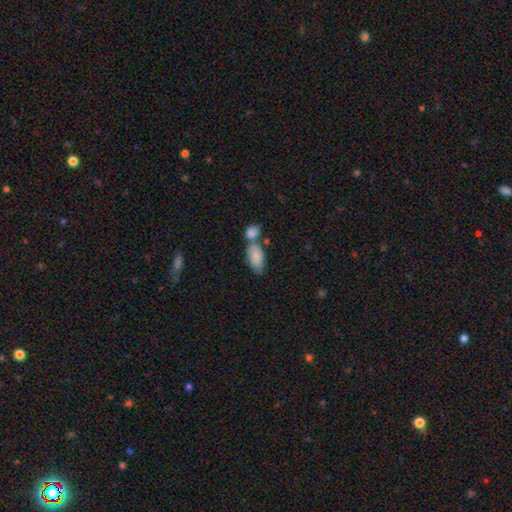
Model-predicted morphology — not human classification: type=smooth (85%); roundness=in between (93%); merging=merger (42%).